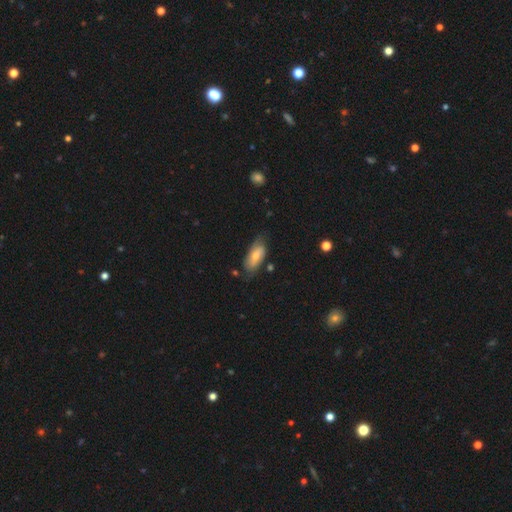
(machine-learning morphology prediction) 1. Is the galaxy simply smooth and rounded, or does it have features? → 61% smooth, 33% featured or disk, 6% star or artifact.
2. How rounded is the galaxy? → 85% in between, 13% cigar-shaped, 2% round.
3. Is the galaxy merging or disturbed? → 65% none, 26% minor disturbance, 7% major disturbance, 3% merger.